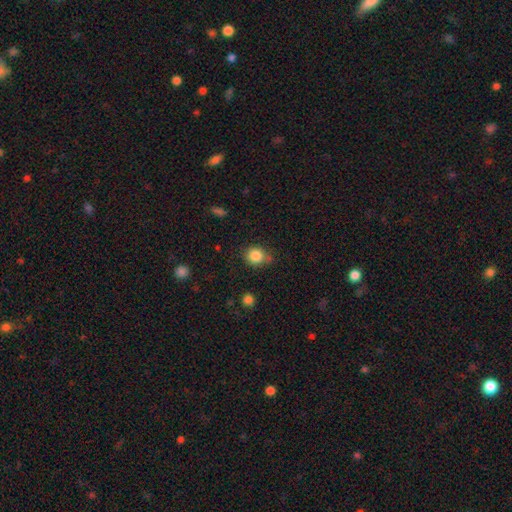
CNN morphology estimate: A smooth galaxy with no disk features (85%) that is round (80%).

Vote fractions:
- Smooth or featured? smooth: 85% / star or artifact: 10% / featured or disk: 5%
- How rounded? round: 80% / in between: 19% / cigar-shaped: 1%
- Merging? none: 70% / minor disturbance: 20% / merger: 6% / major disturbance: 5%